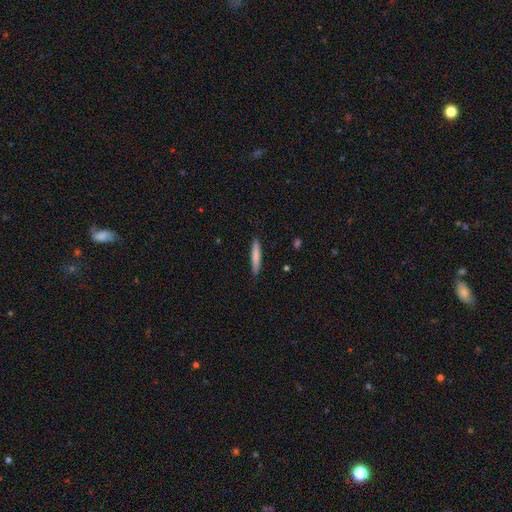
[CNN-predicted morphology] Smooth or featured? smooth (75%)
How rounded? cigar-shaped (93%)
Merging? none (89%)